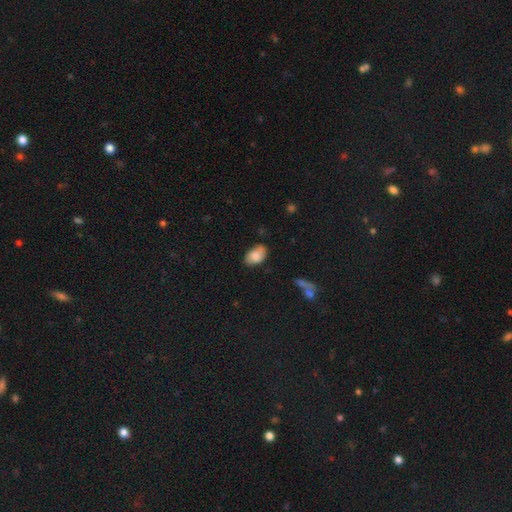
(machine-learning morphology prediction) This is clearly a smooth galaxy (81%). How rounded: clearly in between (91%). Merging: likely none (74%).